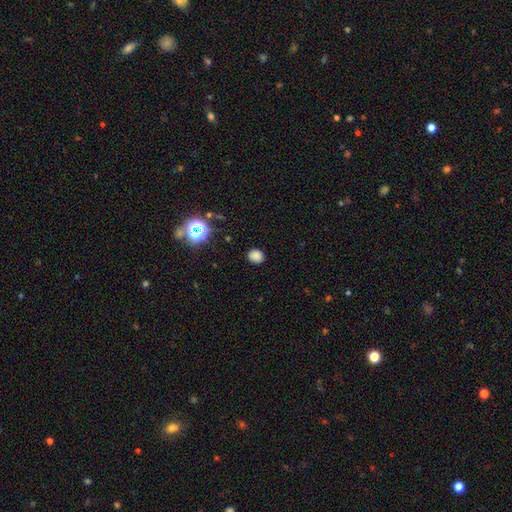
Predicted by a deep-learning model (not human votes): The model was most divided on "how rounded": round: 64%, in between: 35%, cigar-shaped: 1%. More confident: merging — none (87%); smooth or featured — smooth (79%).